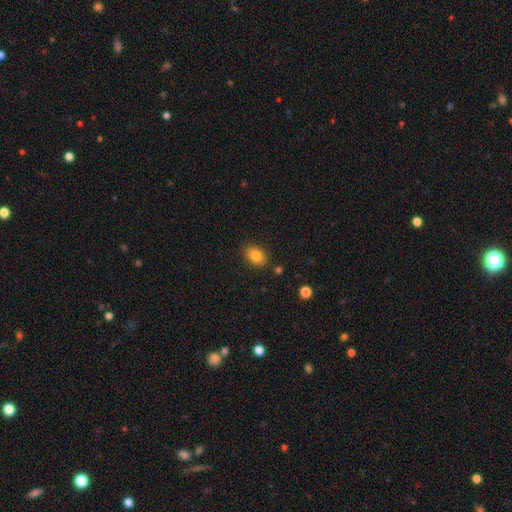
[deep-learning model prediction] A smooth galaxy with no disk features (82%) that is in between round and cigar-shaped (70%). Merging: none (86%).